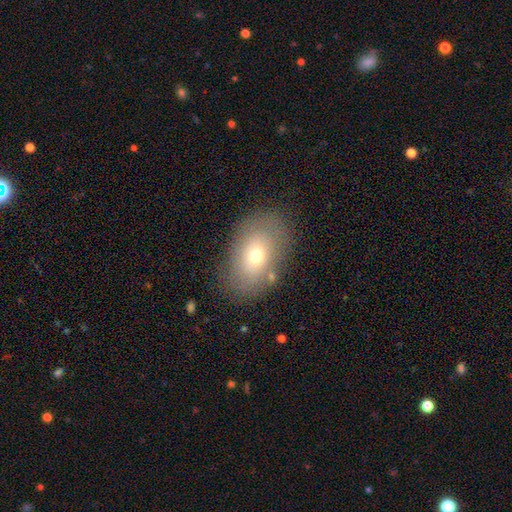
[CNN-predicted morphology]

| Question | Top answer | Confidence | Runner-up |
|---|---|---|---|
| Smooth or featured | smooth | 67% | featured or disk (21%) |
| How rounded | in between | 82% | round (16%) |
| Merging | none | 80% | minor disturbance (13%) |